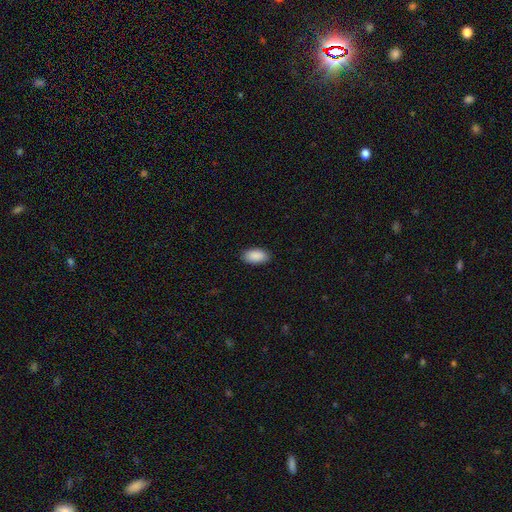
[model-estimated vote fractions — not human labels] smooth_or_featured: smooth (p=0.91) [alt: star or artifact p=0.06]
how_rounded: in between (p=0.95) [alt: cigar-shaped p=0.03]
merging: none (p=0.87) [alt: minor disturbance p=0.10]